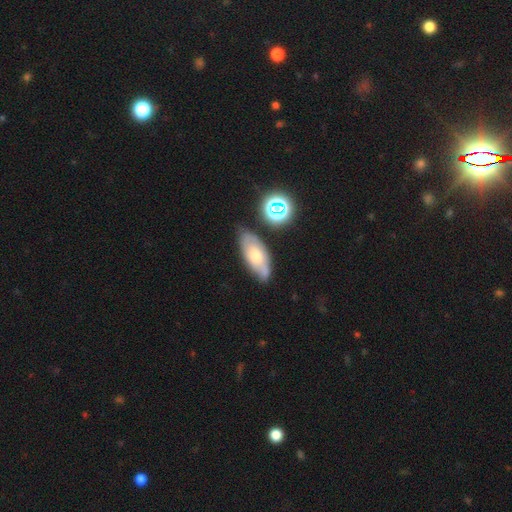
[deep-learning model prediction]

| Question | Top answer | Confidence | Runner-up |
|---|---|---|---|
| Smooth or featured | smooth | 49% | featured or disk (40%) |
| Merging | none | 63% | minor disturbance (25%) |